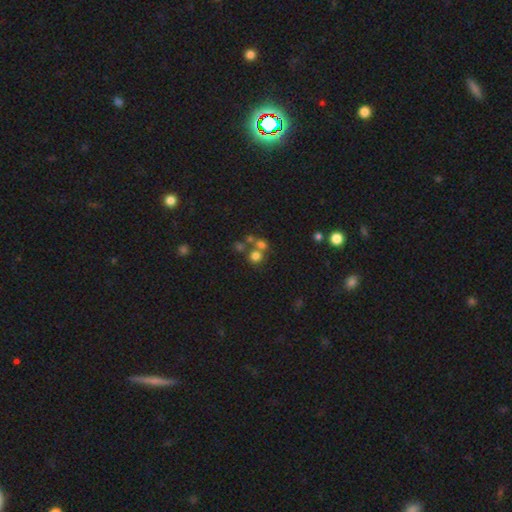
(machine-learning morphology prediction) smooth-or-featured: smooth: 68% | star or artifact: 20% | featured or disk: 12%
  how-rounded: round: 86% | in between: 13% | cigar-shaped: 1%
  merging: none: 53% | merger: 35% | minor disturbance: 7% | major disturbance: 4%